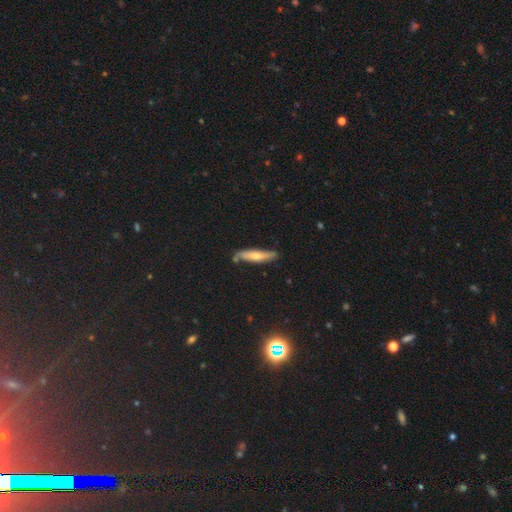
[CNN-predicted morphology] A smooth galaxy with no disk features (52%) that is cigar-shaped (82%). Merging: none (74%).